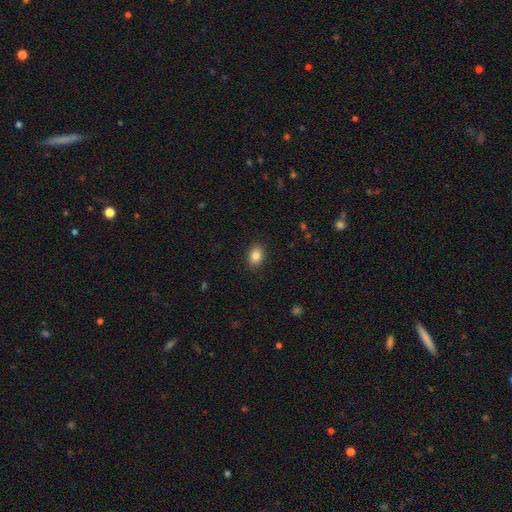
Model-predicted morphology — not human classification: Smooth or featured: smooth — 86% (star or artifact — 9%)
How rounded: in between — 64% (round — 35%)
Merging: none — 88% (minor disturbance — 9%)